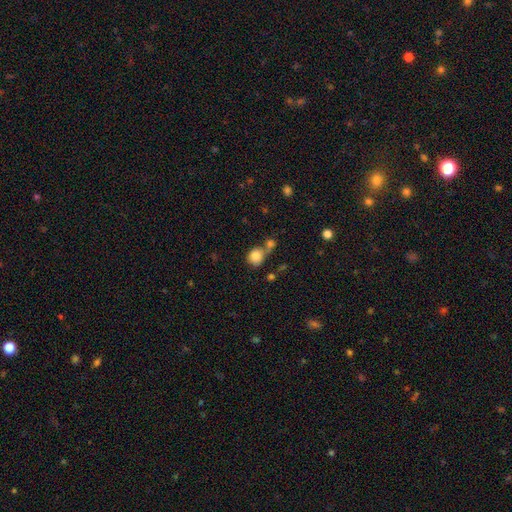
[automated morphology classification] Smooth or featured?
  - smooth: 83% *
  - star or artifact: 10%
  - featured or disk: 7%
How rounded?
  - round: 80% *
  - in between: 19%
  - cigar-shaped: 1%
Merging?
  - none: 50% *
  - merger: 34%
  - minor disturbance: 11%
  - major disturbance: 5%